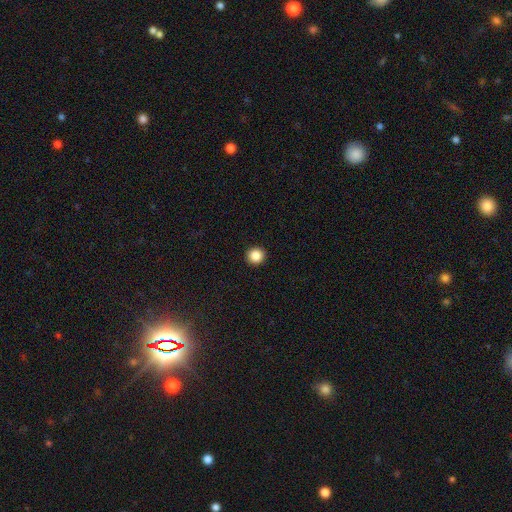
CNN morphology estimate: Smooth or featured: smooth — 87% (star or artifact — 10%)
How rounded: round — 94% (in between — 5%)
Merging: none — 94% (minor disturbance — 4%)